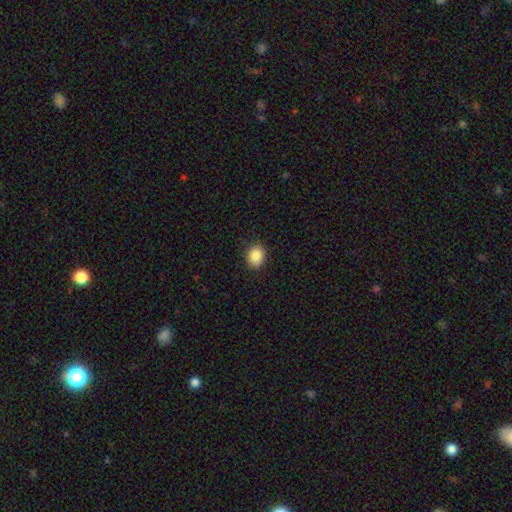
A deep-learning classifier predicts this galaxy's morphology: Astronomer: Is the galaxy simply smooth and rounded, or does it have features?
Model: smooth — 86%.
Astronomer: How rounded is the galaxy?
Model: round — 61% (runner-up: in between, 38%).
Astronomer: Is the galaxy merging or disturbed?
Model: none — 87%.